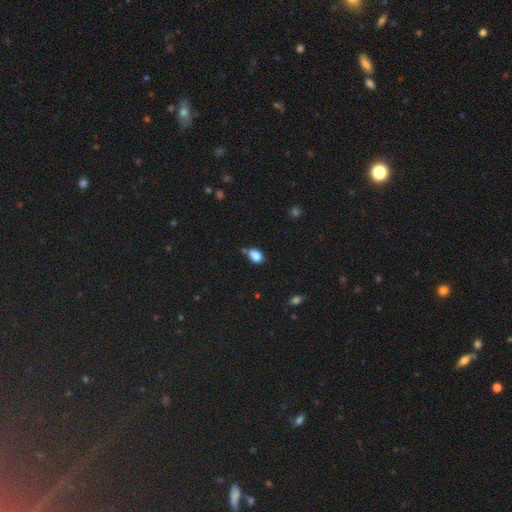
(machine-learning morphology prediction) smooth_or_featured: smooth (p=0.85) [alt: star or artifact p=0.10]
how_rounded: in between (p=0.80) [alt: round p=0.19]
merging: none (p=0.52) [alt: minor disturbance p=0.32]